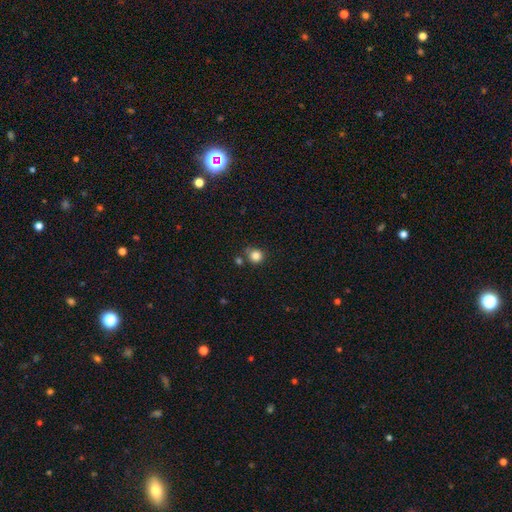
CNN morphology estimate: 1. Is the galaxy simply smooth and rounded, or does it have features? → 84% smooth, 11% star or artifact, 5% featured or disk.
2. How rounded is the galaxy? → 91% round, 8% in between, 1% cigar-shaped.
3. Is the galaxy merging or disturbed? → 74% none, 12% minor disturbance, 11% merger, 3% major disturbance.